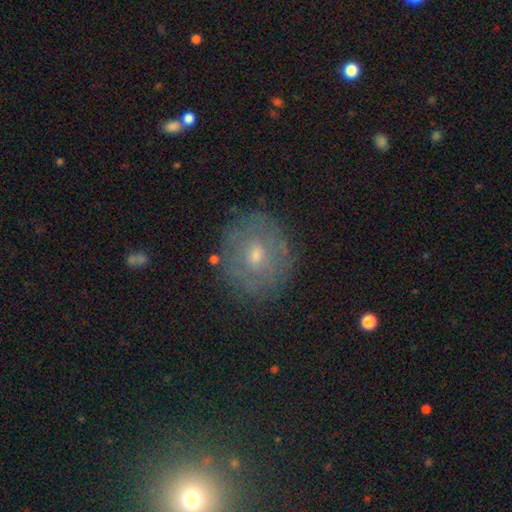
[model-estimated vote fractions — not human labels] smooth 45%, featured or disk 44%, star or artifact 11%. Down the decision tree: merging — none (79%).